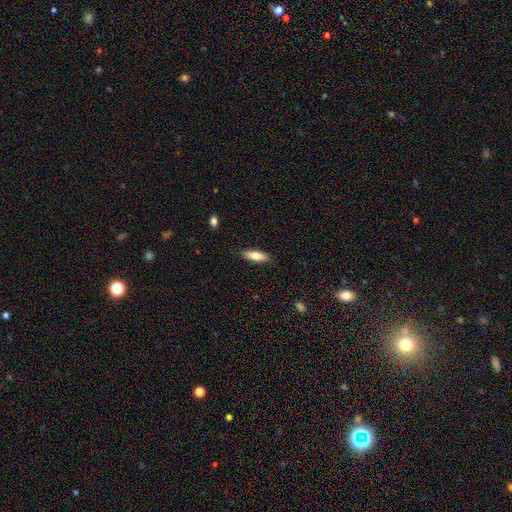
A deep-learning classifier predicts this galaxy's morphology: Smooth or featured: smooth — 74% (featured or disk — 20%)
How rounded: cigar-shaped — 55% (in between — 43%)
Merging: none — 84% (minor disturbance — 13%)